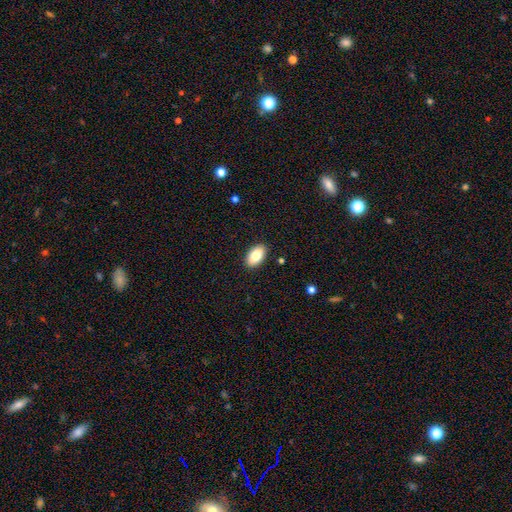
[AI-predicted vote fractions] Morphology: type=smooth (83%); roundness=in between (94%); merging=none (90%).